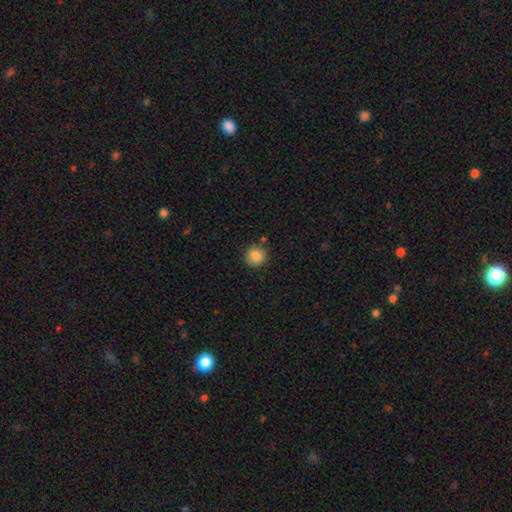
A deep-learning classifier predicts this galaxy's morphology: smooth_or_featured: smooth (p=0.86) [alt: star or artifact p=0.09]
how_rounded: round (p=0.93) [alt: in between p=0.06]
merging: none (p=0.86) [alt: minor disturbance p=0.08]